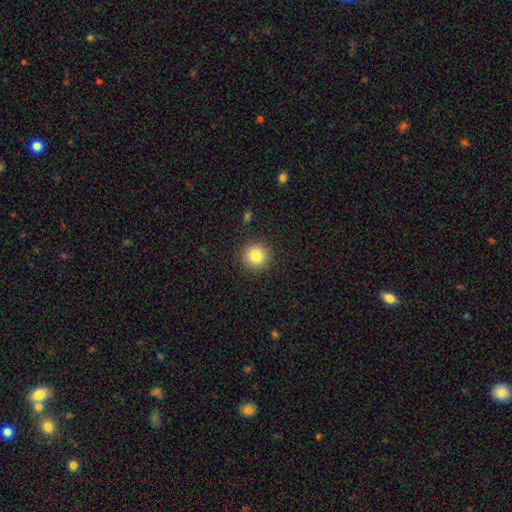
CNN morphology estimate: This appears to be a smooth galaxy with no disk features (83%) that is round (94%). Merging: none (91%).